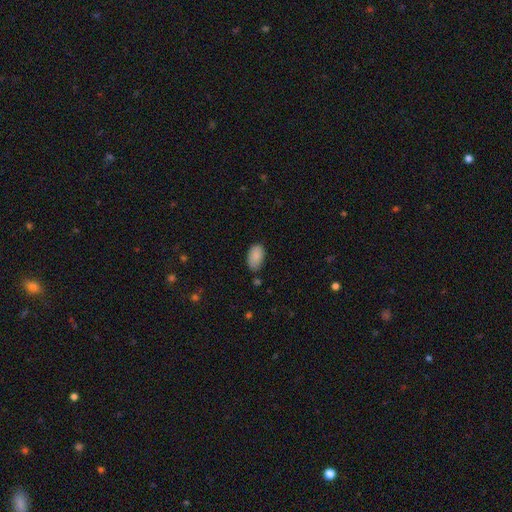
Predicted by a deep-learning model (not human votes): This is clearly a smooth galaxy (87%). How rounded: clearly in between (94%). Merging: likely none (70%).